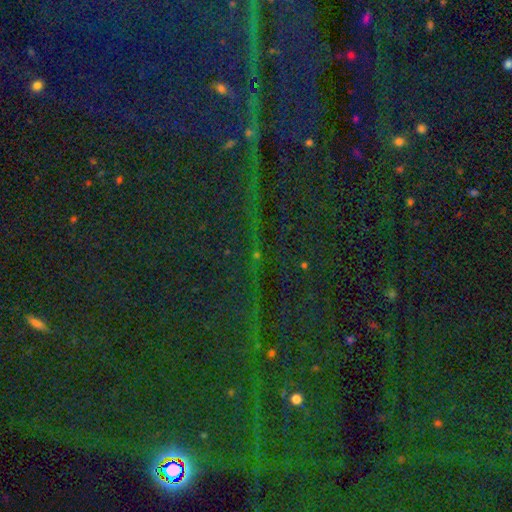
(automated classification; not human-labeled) smooth_or_featured: star or artifact (p=0.84) [alt: smooth p=0.08]